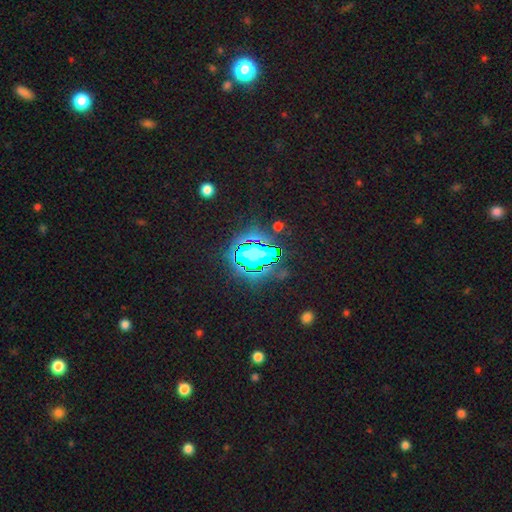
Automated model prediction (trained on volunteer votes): The model was most divided on "smooth or featured": star or artifact: 81%, smooth: 11%, featured or disk: 7%.